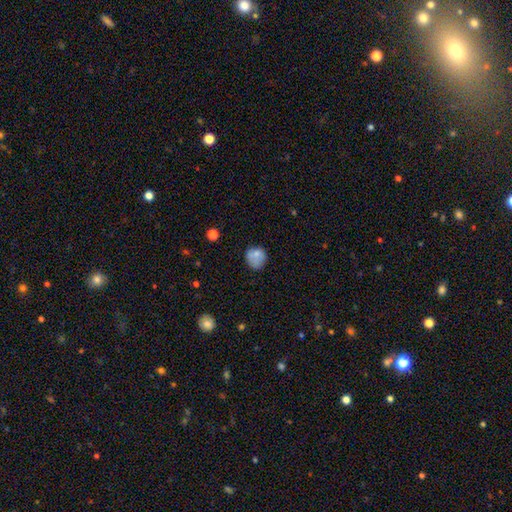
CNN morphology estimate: smooth 75%, featured or disk 15%, star or artifact 10%. Down the decision tree: how rounded — round (74%); merging — none (55%).